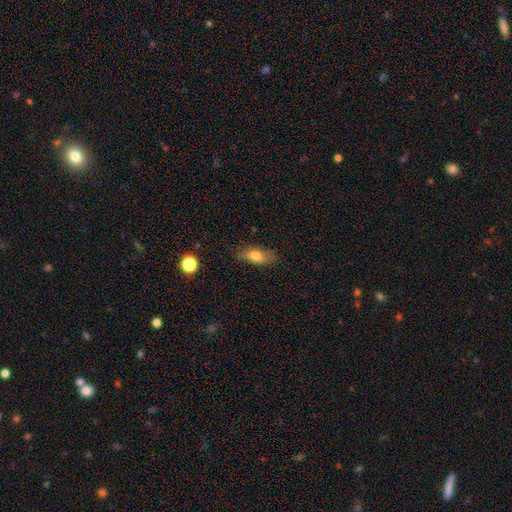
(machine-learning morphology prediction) Smooth or featured: smooth — 73% (featured or disk — 19%)
How rounded: in between — 78% (cigar-shaped — 17%)
Merging: none — 73% (minor disturbance — 20%)